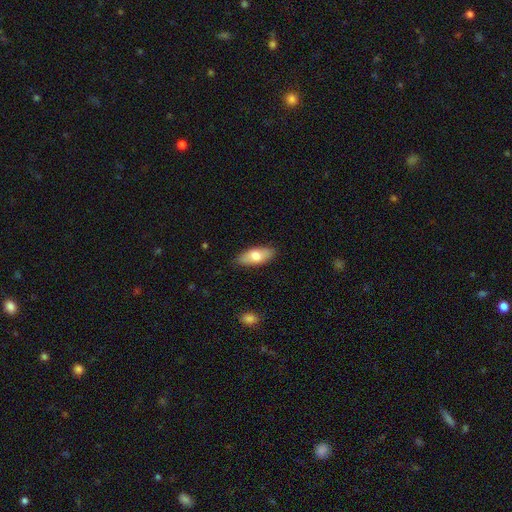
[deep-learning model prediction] smooth_or_featured: smooth (p=0.73) [alt: featured or disk p=0.21]
how_rounded: in between (p=0.81) [alt: cigar-shaped p=0.16]
merging: none (p=0.85) [alt: minor disturbance p=0.11]